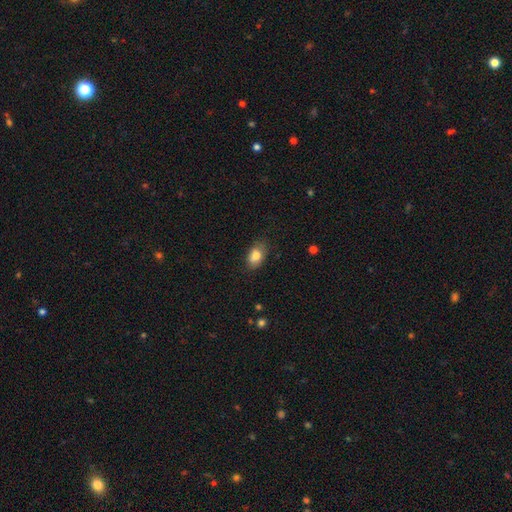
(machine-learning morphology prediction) This appears to be a smooth galaxy with no disk features (83%) that is in between round and cigar-shaped (88%). Merging: none (77%).